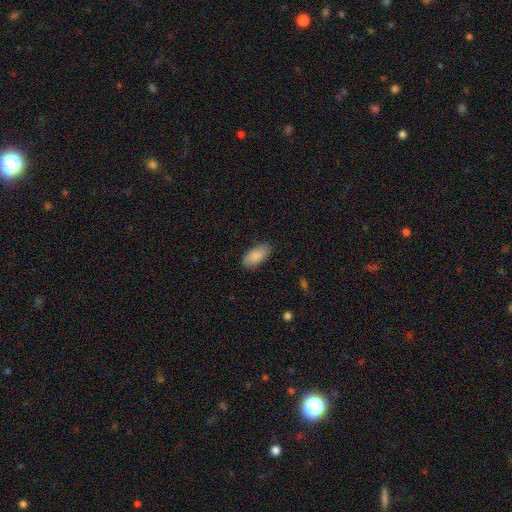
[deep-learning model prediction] Smooth or featured: smooth — 88% (star or artifact — 6%)
How rounded: in between — 93% (cigar-shaped — 5%)
Merging: none — 83% (minor disturbance — 13%)